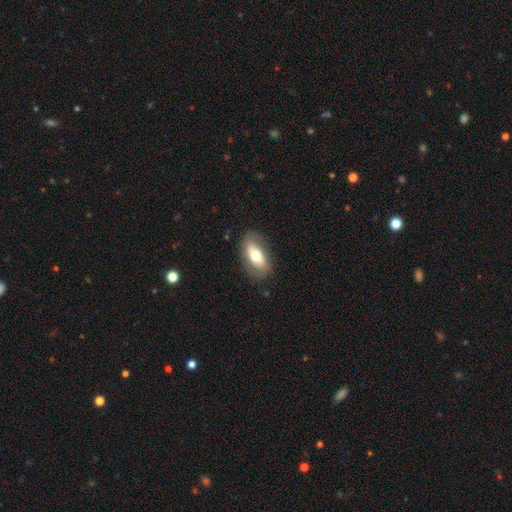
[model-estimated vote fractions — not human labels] This appears to be a smooth galaxy with no disk features (59%) that is in between round and cigar-shaped (87%). Merging: none (80%).